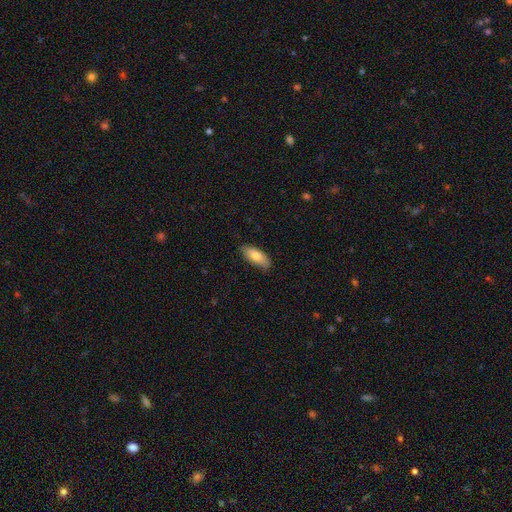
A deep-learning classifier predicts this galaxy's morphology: Smooth or featured? smooth (77%)
How rounded? in between (79%)
Merging? none (79%)